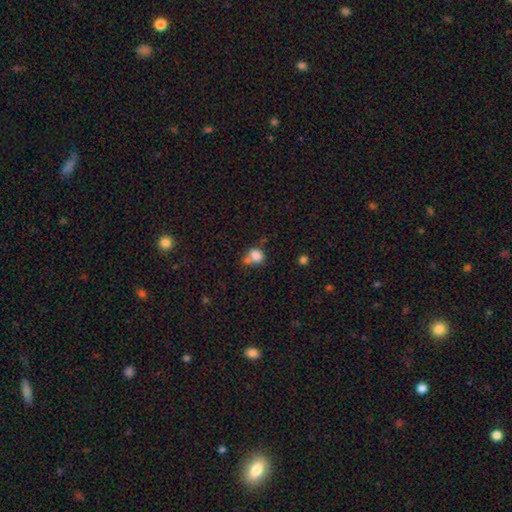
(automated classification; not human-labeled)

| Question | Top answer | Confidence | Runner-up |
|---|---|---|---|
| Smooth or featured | smooth | 80% | star or artifact (11%) |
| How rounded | round | 52% | in between (47%) |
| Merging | none | 40% | merger (37%) |